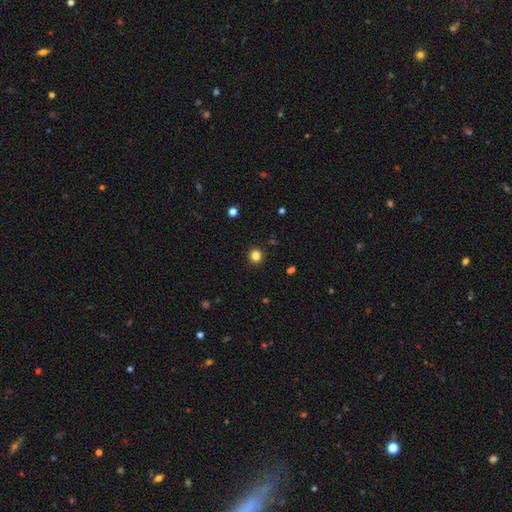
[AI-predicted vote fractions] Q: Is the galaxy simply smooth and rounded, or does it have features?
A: smooth — 82%.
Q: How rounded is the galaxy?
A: round — 94%.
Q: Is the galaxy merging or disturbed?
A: none — 92%.